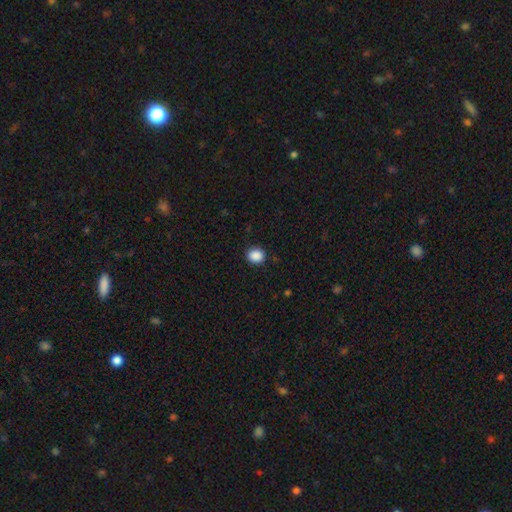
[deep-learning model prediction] A smooth galaxy with no disk features (89%) that is round (70%).

Vote fractions:
- Smooth or featured? smooth: 89% / star or artifact: 9% / featured or disk: 2%
- How rounded? round: 70% / in between: 29% / cigar-shaped: 1%
- Merging? none: 88% / minor disturbance: 8% / major disturbance: 2% / merger: 1%